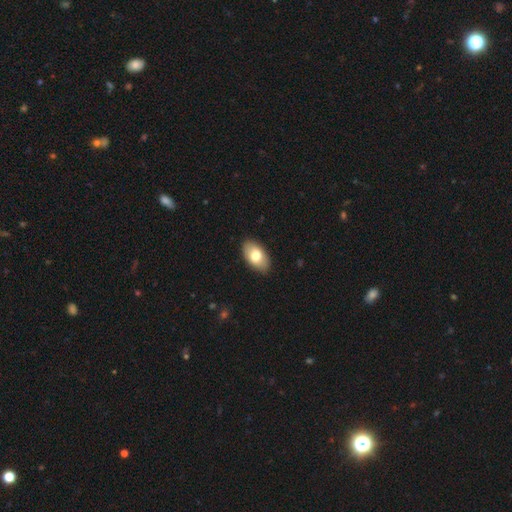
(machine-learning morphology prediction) Smooth or featured? smooth (76%)
How rounded? in between (94%)
Merging? none (88%)